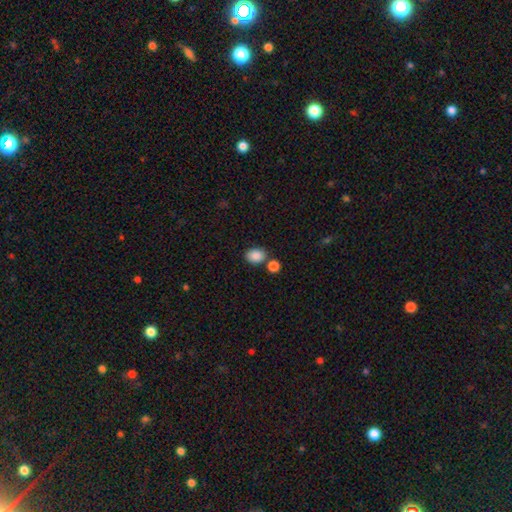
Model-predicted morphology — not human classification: smooth_or_featured: smooth (p=0.87) [alt: star or artifact p=0.08]
how_rounded: in between (p=0.62) [alt: round p=0.37]
merging: none (p=0.70) [alt: merger p=0.16]